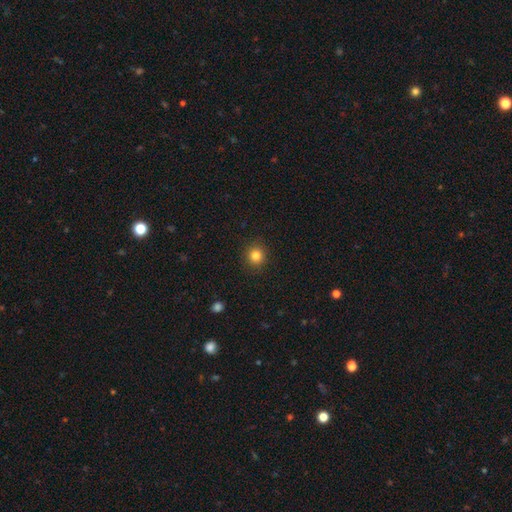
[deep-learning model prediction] The model was most divided on "smooth or featured": smooth: 82%, star or artifact: 12%, featured or disk: 6%. More confident: how rounded — round (91%); merging — none (90%).